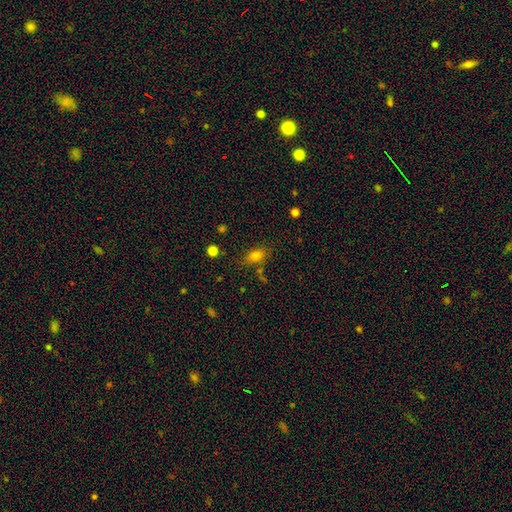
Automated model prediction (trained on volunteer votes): This is likely a smooth galaxy (78%). How rounded: clearly in between (81%). Merging: likely none (71%).